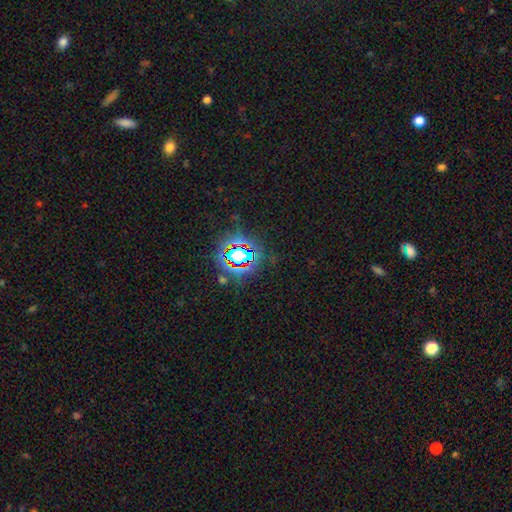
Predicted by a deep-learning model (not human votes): Morphology: type=star or artifact (82%).